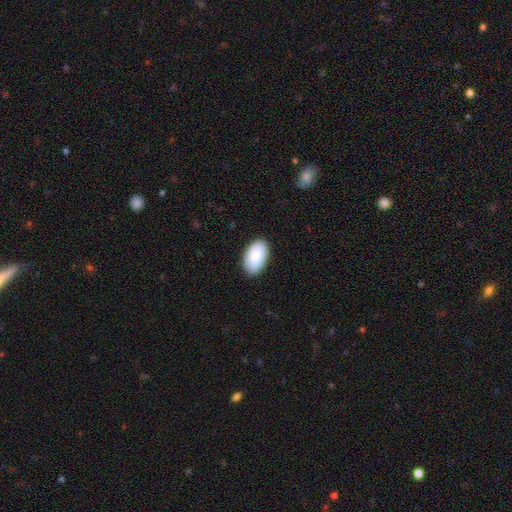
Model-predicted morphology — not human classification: type=smooth (88%); roundness=in between (95%); merging=none (88%).